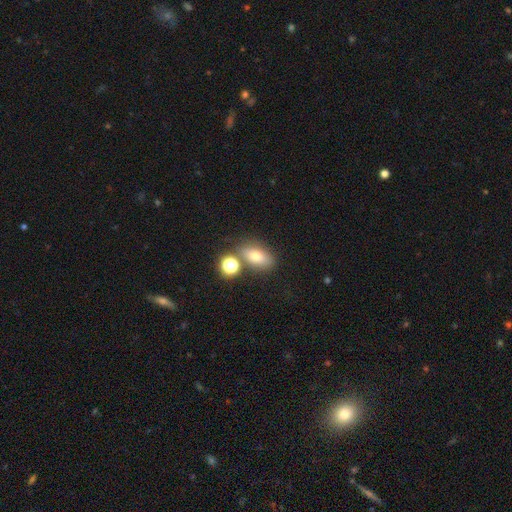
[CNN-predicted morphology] type=smooth (70%); roundness=in between (77%); merging=none (69%).